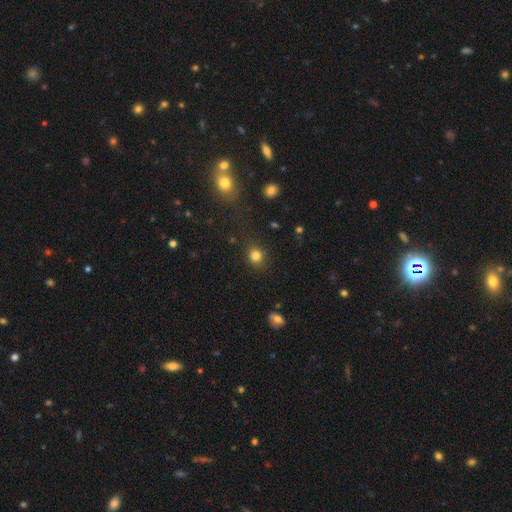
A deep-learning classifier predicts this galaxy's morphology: Smooth or featured? Predicted: smooth (p=0.82). How rounded? Predicted: round (p=0.78). Merging? Predicted: none (p=0.83).